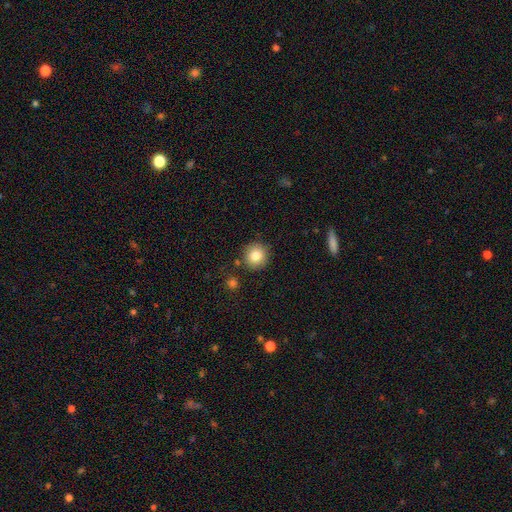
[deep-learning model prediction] smooth-or-featured: smooth: 84% | star or artifact: 9% | featured or disk: 7%
  how-rounded: round: 91% | in between: 8% | cigar-shaped: 1%
  merging: none: 86% | minor disturbance: 8% | merger: 4% | major disturbance: 2%